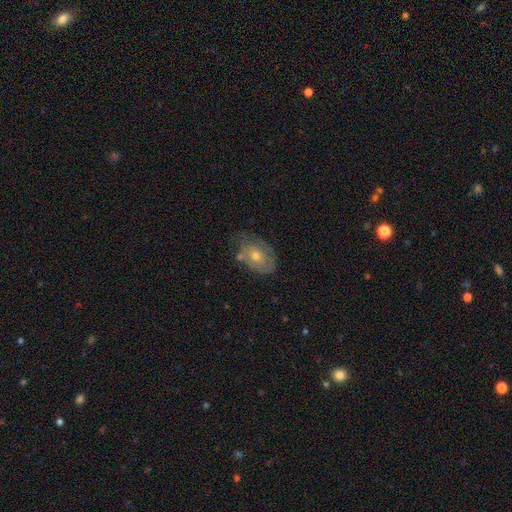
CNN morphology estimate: This is possibly a featured or disk galaxy (48%). Merging: possibly none (49%).